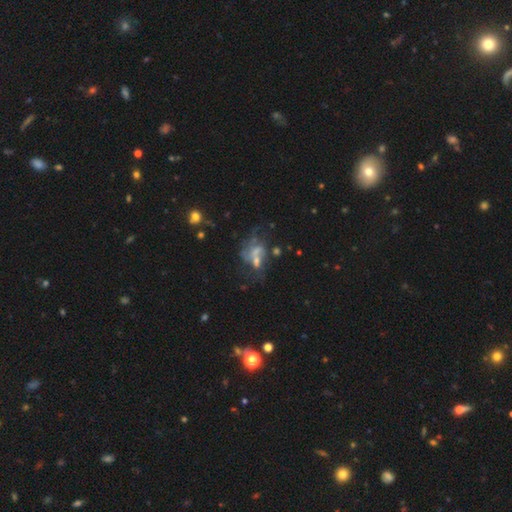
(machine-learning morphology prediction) Smooth or featured?
  - featured or disk: 57% *
  - smooth: 25%
  - star or artifact: 18%
Edge-on disk?
  - no: 97% *
  - yes: 3%
Bar?
  - no: 73% *
  - weak: 20%
  - strong: 6%
Spiral arms?
  - no: 68% *
  - yes: 32%
Bulge size?
  - none: 35% *
  - small: 32%
  - moderate: 26%
  - large: 5%
  - dominant: 2%
Merging?
  - merger: 32% *
  - major disturbance: 30%
  - none: 25%
  - minor disturbance: 14%